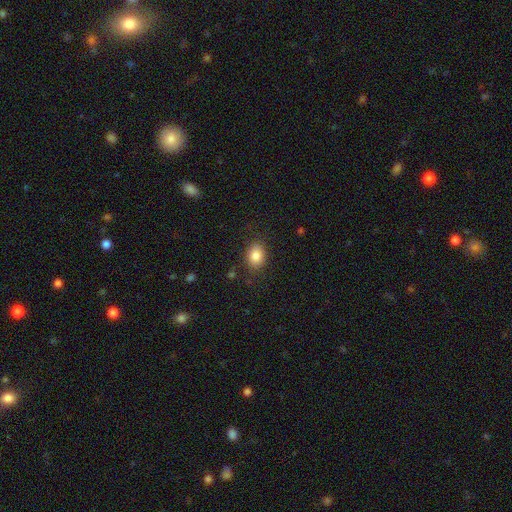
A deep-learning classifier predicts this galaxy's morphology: Smooth or featured?
  - smooth: 84% *
  - star or artifact: 9%
  - featured or disk: 7%
How rounded?
  - in between: 63% *
  - round: 36%
  - cigar-shaped: 1%
Merging?
  - none: 82% *
  - minor disturbance: 12%
  - major disturbance: 4%
  - merger: 1%